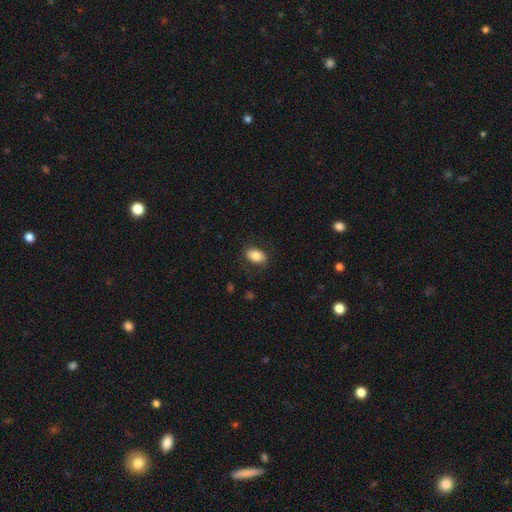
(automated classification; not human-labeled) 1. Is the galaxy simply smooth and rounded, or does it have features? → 80% smooth, 12% featured or disk, 7% star or artifact.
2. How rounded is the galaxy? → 89% in between, 9% round, 2% cigar-shaped.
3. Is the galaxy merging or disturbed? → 83% none, 12% minor disturbance, 4% major disturbance, 1% merger.